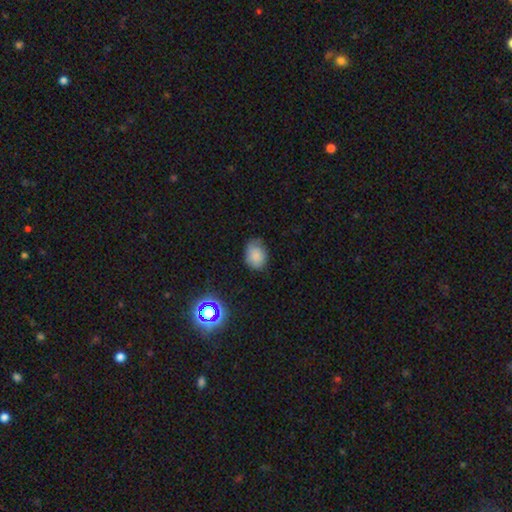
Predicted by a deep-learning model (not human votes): A smooth galaxy with no disk features (82%) that is in between round and cigar-shaped (67%).

Vote fractions:
- Smooth or featured? smooth: 82% / star or artifact: 11% / featured or disk: 7%
- How rounded? in between: 67% / round: 32% / cigar-shaped: 1%
- Merging? none: 67% / minor disturbance: 26% / major disturbance: 5% / merger: 2%